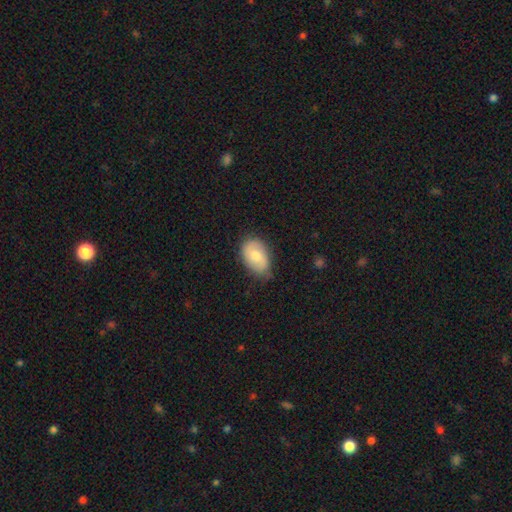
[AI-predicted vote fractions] Q: Smooth or featured?
A: smooth (65%); runner-up: featured or disk (29%)
Q: How rounded?
A: in between (87%); runner-up: round (12%)
Q: Merging?
A: none (67%); runner-up: minor disturbance (27%)